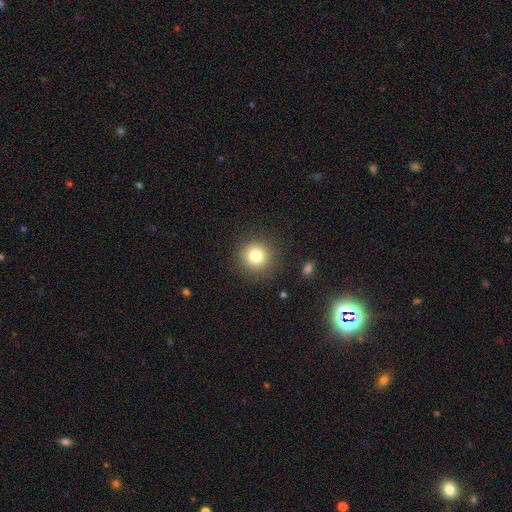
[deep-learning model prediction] This is likely a smooth galaxy (80%). How rounded: clearly round (94%). Merging: clearly none (89%).